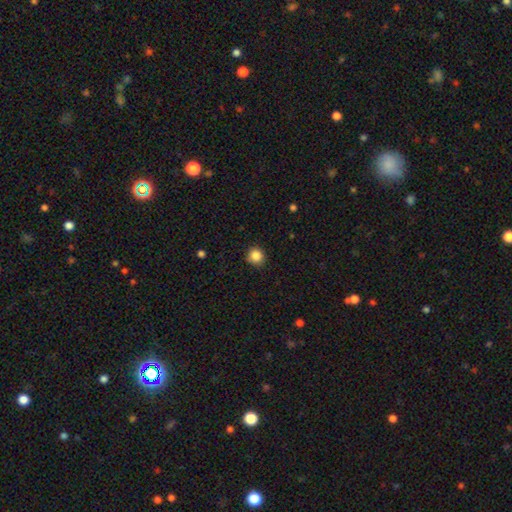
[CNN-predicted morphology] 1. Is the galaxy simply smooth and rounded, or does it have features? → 86% smooth, 10% star or artifact, 4% featured or disk.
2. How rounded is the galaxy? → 91% round, 8% in between, 1% cigar-shaped.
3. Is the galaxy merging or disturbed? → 88% none, 9% minor disturbance, 2% major disturbance, 1% merger.